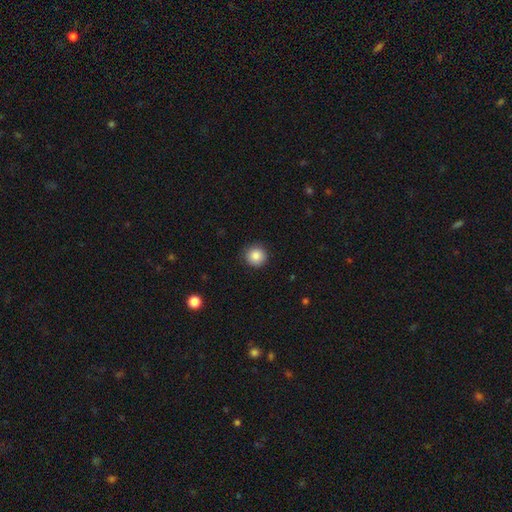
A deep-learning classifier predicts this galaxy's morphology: A smooth galaxy with no disk features (86%) that is round (95%).

Vote fractions:
- Smooth or featured? smooth: 86% / star or artifact: 9% / featured or disk: 4%
- How rounded? round: 95% / in between: 4% / cigar-shaped: 1%
- Merging? none: 90% / minor disturbance: 7% / major disturbance: 2% / merger: 1%